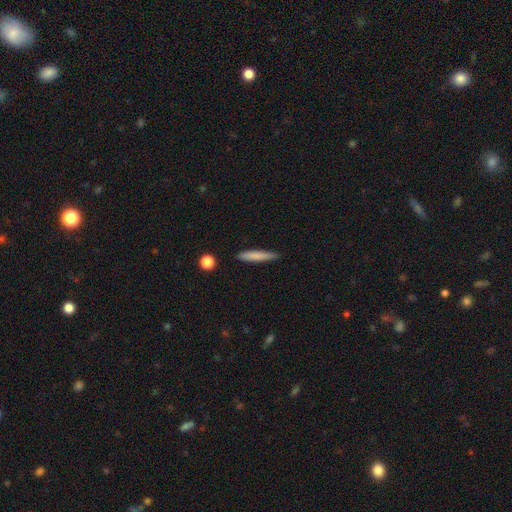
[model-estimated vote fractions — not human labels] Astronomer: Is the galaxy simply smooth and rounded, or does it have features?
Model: smooth — 77%.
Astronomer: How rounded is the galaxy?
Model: cigar-shaped — 91%.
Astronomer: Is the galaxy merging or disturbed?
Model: none — 85%.